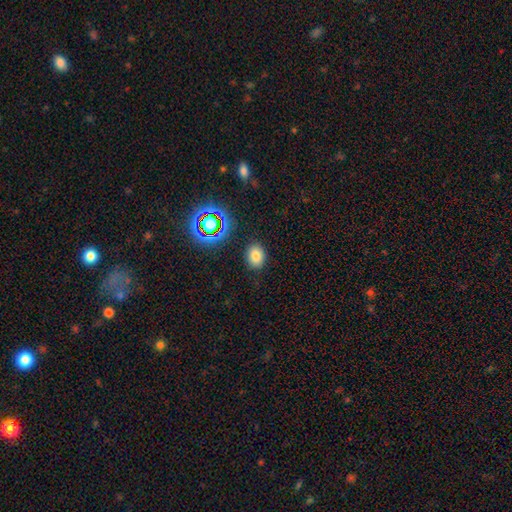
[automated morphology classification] This appears to be a smooth galaxy with no disk features (77%) that is in between round and cigar-shaped (63%). Merging: none (86%).